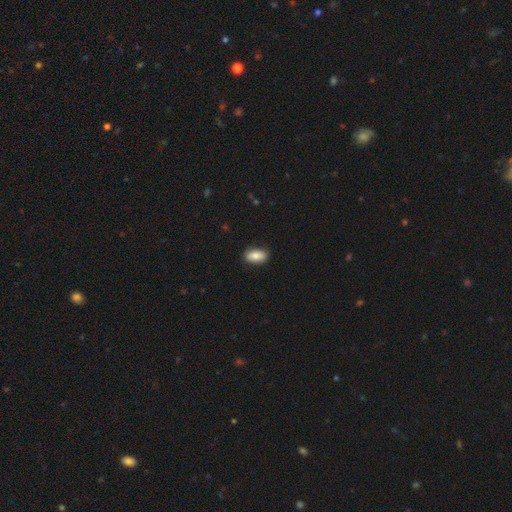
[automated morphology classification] A smooth galaxy with no disk features (84%) that is in between round and cigar-shaped (92%). Merging: none (88%).